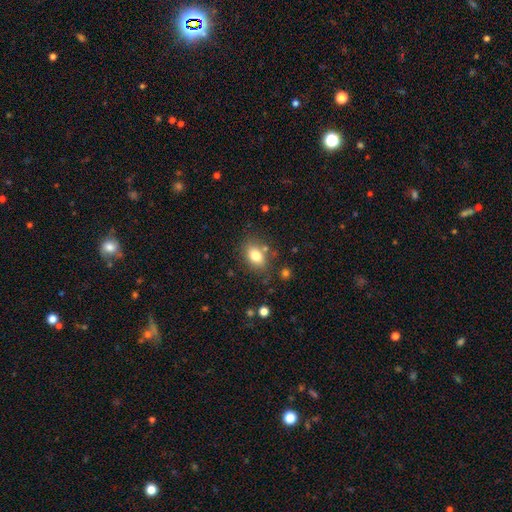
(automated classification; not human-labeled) smooth_or_featured: smooth (p=0.79) [alt: featured or disk p=0.11]
how_rounded: in between (p=0.77) [alt: round p=0.21]
merging: none (p=0.74) [alt: minor disturbance p=0.15]